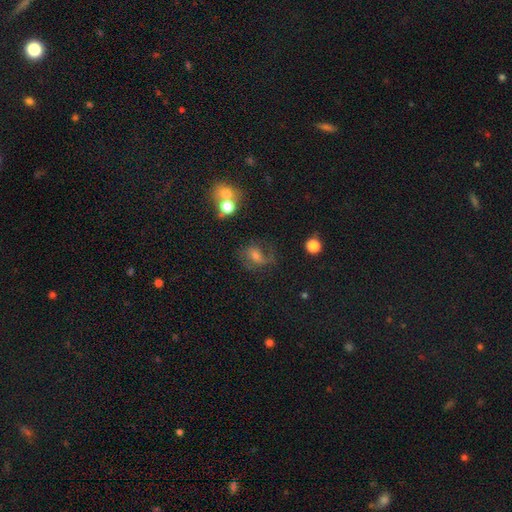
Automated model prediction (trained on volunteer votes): Smooth or featured?
  - featured or disk: 60% *
  - smooth: 24%
  - star or artifact: 16%
Edge-on disk?
  - no: 96% *
  - yes: 4%
Bar?
  - weak: 47% *
  - no: 38%
  - strong: 16%
Spiral arms?
  - yes: 87% *
  - no: 13%
Spiral winding?
  - medium: 48% *
  - loose: 35%
  - tight: 17%
Spiral arm count?
  - 2: 71% *
  - 1: 15%
  - can't tell: 9%
  - 3: 2%
  - 4: 1%
  - more than 4: 1%
Bulge size?
  - moderate: 49% *
  - small: 36%
  - large: 7%
  - none: 6%
  - dominant: 2%
Merging?
  - none: 60% *
  - minor disturbance: 19%
  - major disturbance: 17%
  - merger: 4%